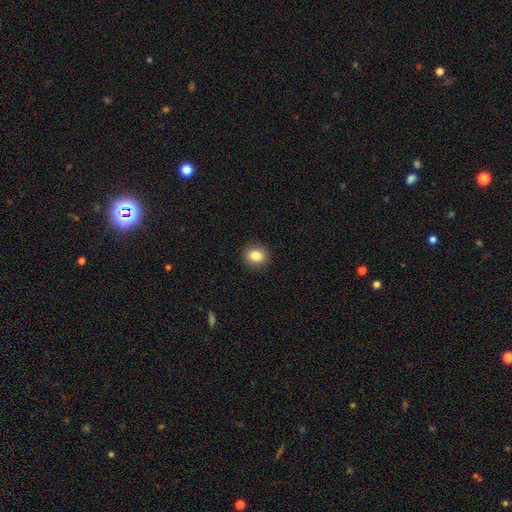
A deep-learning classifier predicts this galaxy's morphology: type=smooth (84%); roundness=round (71%); merging=none (91%).